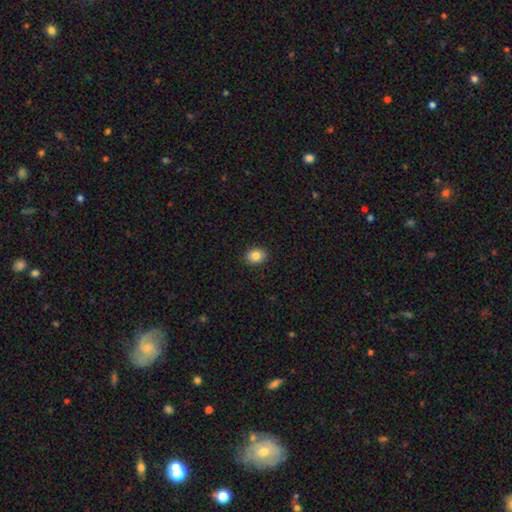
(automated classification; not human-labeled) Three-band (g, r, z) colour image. It shows a smooth galaxy with no disk features (86%) that is in between round and cigar-shaped (61%). Merging: none (90%).